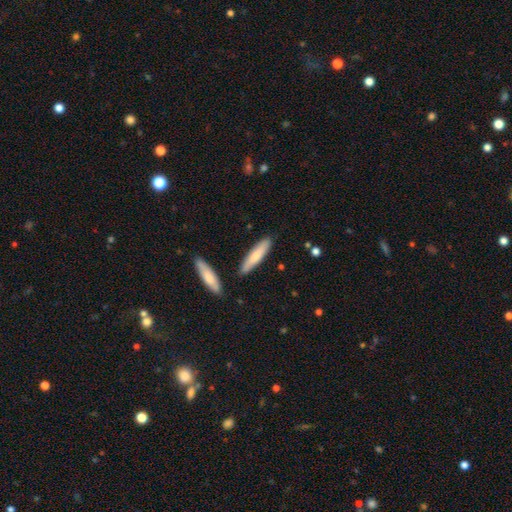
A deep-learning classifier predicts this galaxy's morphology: smooth-or-featured: smooth: 72% | featured or disk: 23% | star or artifact: 5%
  how-rounded: cigar-shaped: 81% | in between: 18% | round: 1%
  merging: none: 83% | minor disturbance: 10% | merger: 4% | major disturbance: 2%